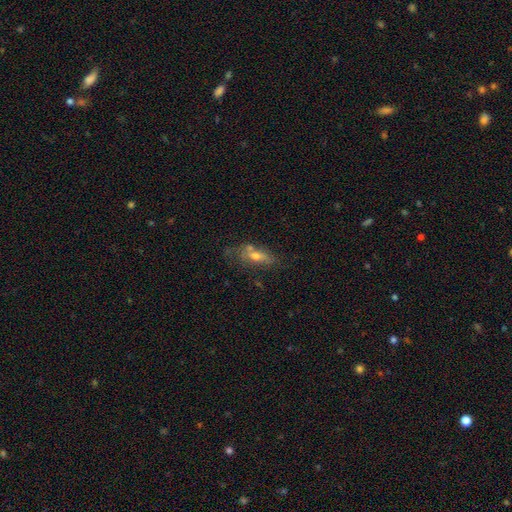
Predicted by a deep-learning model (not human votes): Smooth or featured? smooth (45%)
Merging? none (47%)